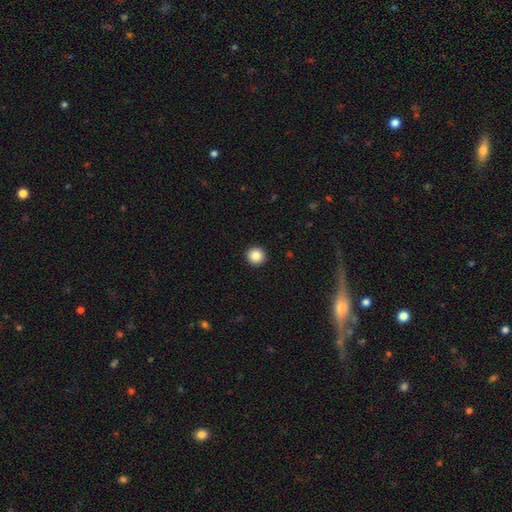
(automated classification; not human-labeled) This appears to be a smooth galaxy with no disk features (87%) that is round (96%). Merging: none (94%).